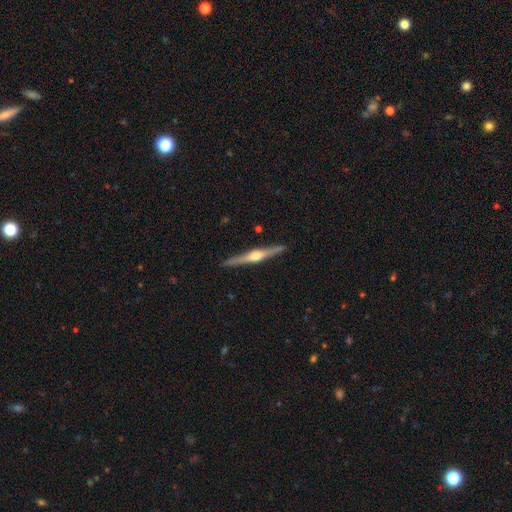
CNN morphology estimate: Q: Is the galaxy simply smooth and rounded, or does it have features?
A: featured or disk — 78%.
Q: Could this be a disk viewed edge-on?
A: yes — 98%.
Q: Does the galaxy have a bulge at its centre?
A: rounded — 92%.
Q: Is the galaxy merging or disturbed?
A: none — 91%.